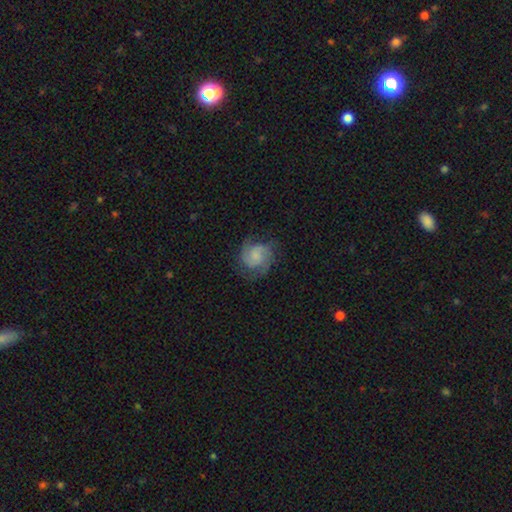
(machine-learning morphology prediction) A featured or disk galaxy (65%) with no bar (66%), 2 (61%) medium (44%) spiral arms (93%) and a small central bulge (41%). Merging: none (68%).